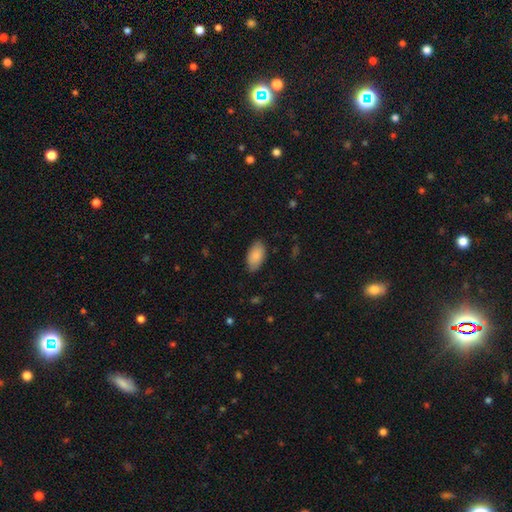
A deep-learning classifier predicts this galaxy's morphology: Smooth or featured? smooth (86%)
How rounded? in between (95%)
Merging? none (82%)